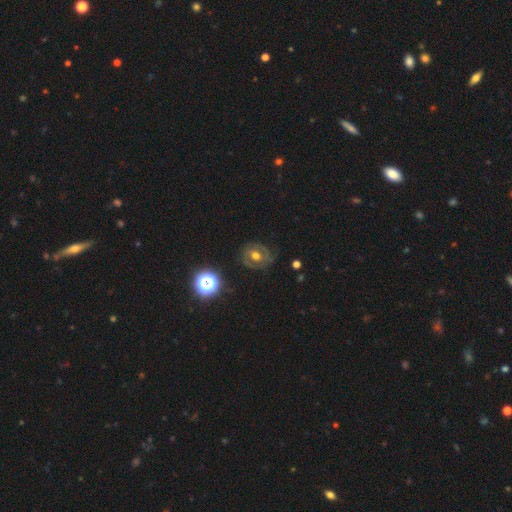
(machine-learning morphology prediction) A featured or disk galaxy (58%) with no bar (55%), spiral arms (59%) and a moderate central bulge (71%).

Vote fractions:
- Smooth or featured? featured or disk: 58% / smooth: 29% / star or artifact: 13%
- Edge-on disk? no: 96% / yes: 4%
- Bar? no: 55% / weak: 32% / strong: 13%
- Spiral arms? yes: 59% / no: 41%
- Bulge size? moderate: 71% / large: 15% / small: 11% / dominant: 2% / none: 1%
- Merging? none: 80% / minor disturbance: 13% / major disturbance: 6% / merger: 1%